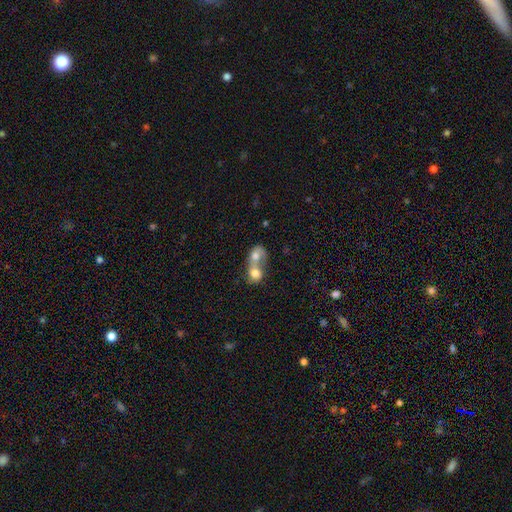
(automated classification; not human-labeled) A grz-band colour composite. It shows a smooth galaxy with no disk features (70%) that is round (53%). Merging: merger (86%).